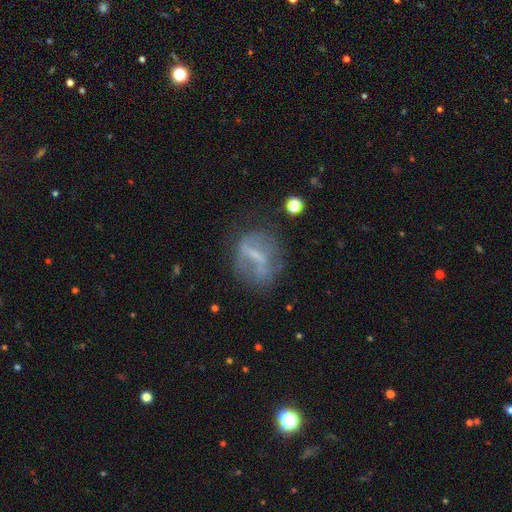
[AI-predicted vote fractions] Smooth or featured?
  - featured or disk: 60% *
  - smooth: 28%
  - star or artifact: 12%
Edge-on disk?
  - no: 91% *
  - yes: 9%
Bar?
  - strong: 46% *
  - weak: 33%
  - no: 21%
Spiral arms?
  - no: 66% *
  - yes: 34%
Bulge size?
  - small: 46% *
  - none: 36%
  - moderate: 15%
  - large: 2%
  - dominant: 1%
Merging?
  - none: 53% *
  - minor disturbance: 22%
  - major disturbance: 20%
  - merger: 5%